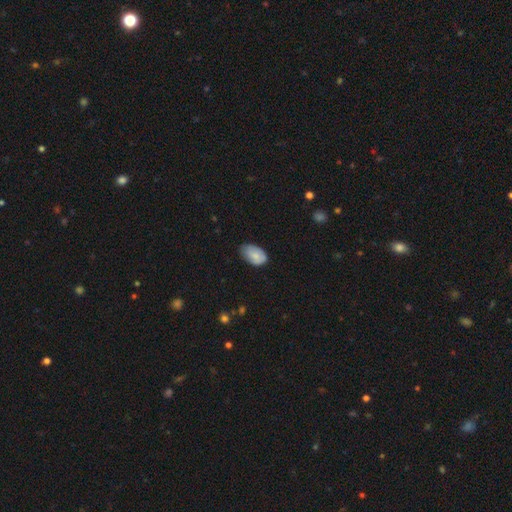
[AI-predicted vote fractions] Smooth or featured?
  - smooth: 78% *
  - featured or disk: 16%
  - star or artifact: 7%
How rounded?
  - in between: 93% *
  - round: 6%
  - cigar-shaped: 1%
Merging?
  - none: 60% *
  - minor disturbance: 33%
  - major disturbance: 5%
  - merger: 1%